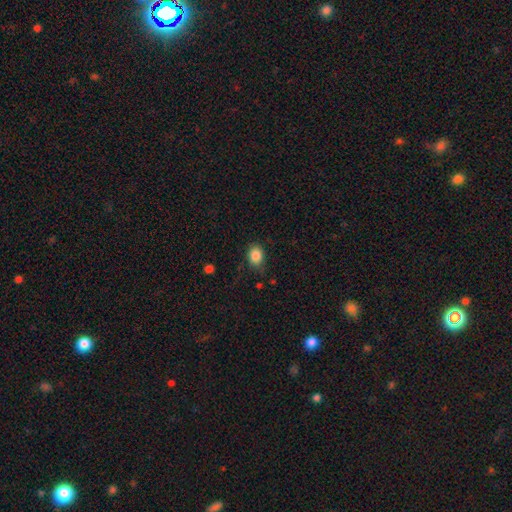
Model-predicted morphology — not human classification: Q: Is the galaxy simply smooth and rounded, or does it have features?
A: smooth — 86%.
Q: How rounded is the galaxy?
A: in between — 54%.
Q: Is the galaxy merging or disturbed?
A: none — 74%.